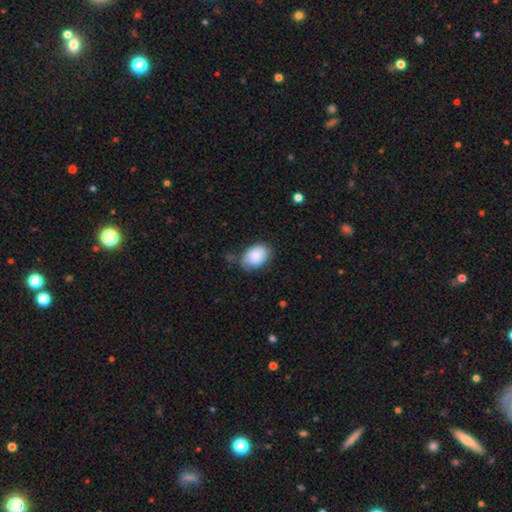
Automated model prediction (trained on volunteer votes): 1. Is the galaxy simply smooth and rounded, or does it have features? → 85% smooth, 8% featured or disk, 6% star or artifact.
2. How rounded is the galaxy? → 85% in between, 14% round, 1% cigar-shaped.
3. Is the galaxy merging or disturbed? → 65% none, 25% minor disturbance, 6% major disturbance, 3% merger.